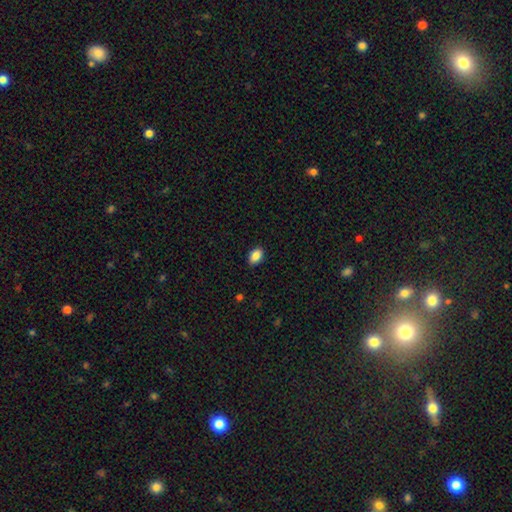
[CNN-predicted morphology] type=smooth (88%); roundness=in between (86%); merging=none (87%).